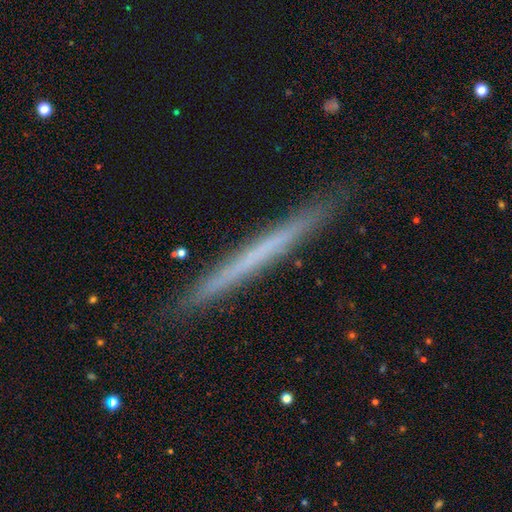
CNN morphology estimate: smooth_or_featured: featured or disk (p=0.51) [alt: smooth p=0.42]
disk_edge_on: yes (p=0.96) [alt: no p=0.04]
merging: none (p=0.91) [alt: minor disturbance p=0.07]